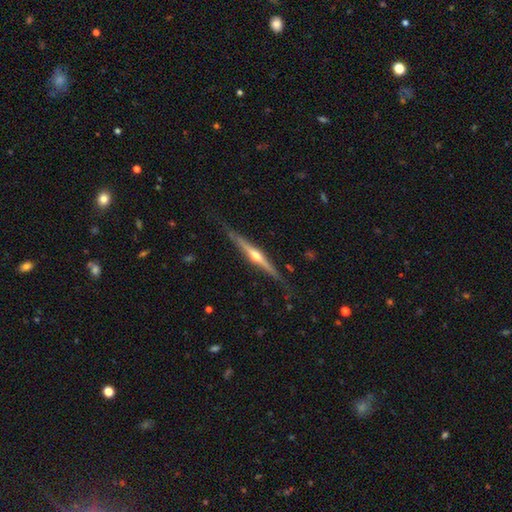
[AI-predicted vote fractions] A featured or disk galaxy (81%) viewed edge-on (98%) with a rounded central bulge (91%).

Vote fractions:
- Smooth or featured? featured or disk: 81% / smooth: 13% / star or artifact: 5%
- Edge-on disk? yes: 98% / no: 2%
- Edge-on bulge? rounded: 91% / none: 6% / boxy: 3%
- Merging? none: 82% / minor disturbance: 14% / major disturbance: 3% / merger: 1%